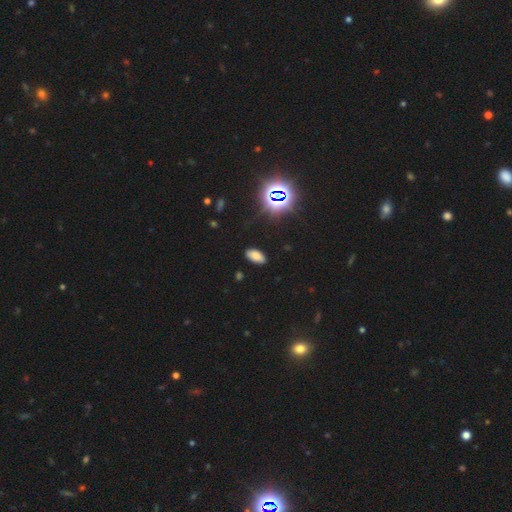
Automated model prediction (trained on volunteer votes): This is likely a smooth galaxy (73%). How rounded: clearly in between (94%). Merging: clearly none (87%).